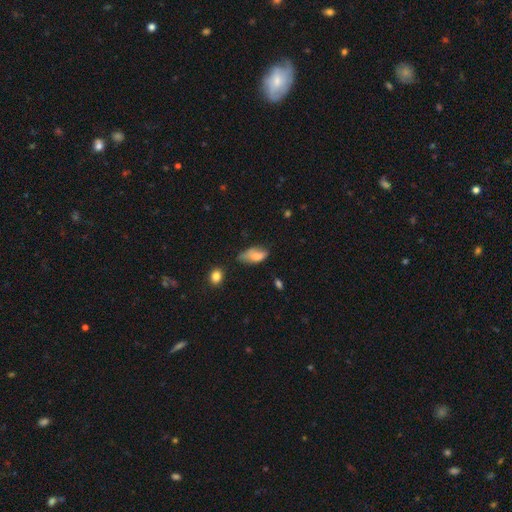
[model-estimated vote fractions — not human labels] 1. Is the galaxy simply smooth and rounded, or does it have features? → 74% smooth, 18% featured or disk, 9% star or artifact.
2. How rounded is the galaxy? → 88% in between, 8% cigar-shaped, 4% round.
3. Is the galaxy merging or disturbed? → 42% minor disturbance, 34% none, 19% major disturbance, 5% merger.